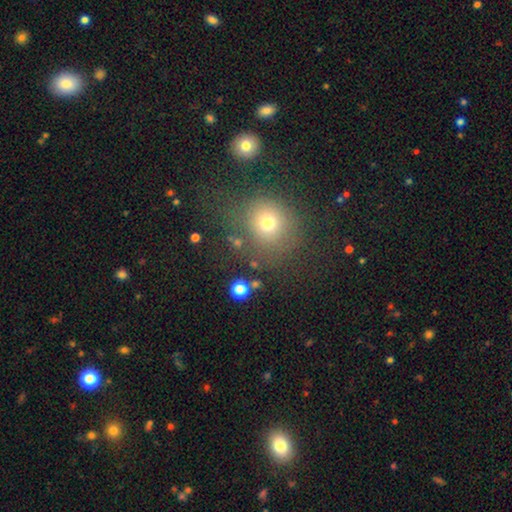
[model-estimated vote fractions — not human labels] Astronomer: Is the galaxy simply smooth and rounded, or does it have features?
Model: smooth — 62%.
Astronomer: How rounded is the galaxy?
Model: round — 85%.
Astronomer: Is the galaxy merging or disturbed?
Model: none — 78%.